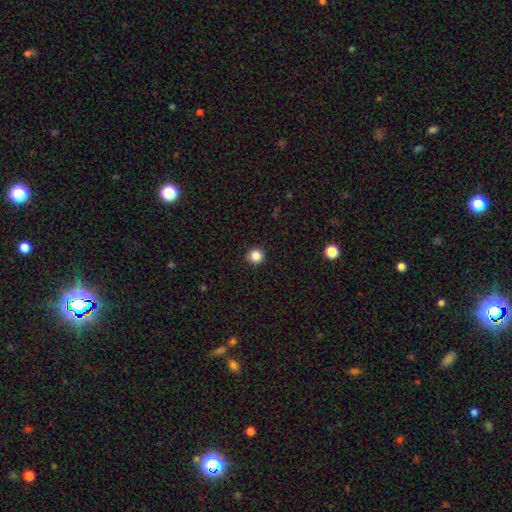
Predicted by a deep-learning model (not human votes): Overall: smooth (85%). How rounded: round (93%). Merging: none (92%).